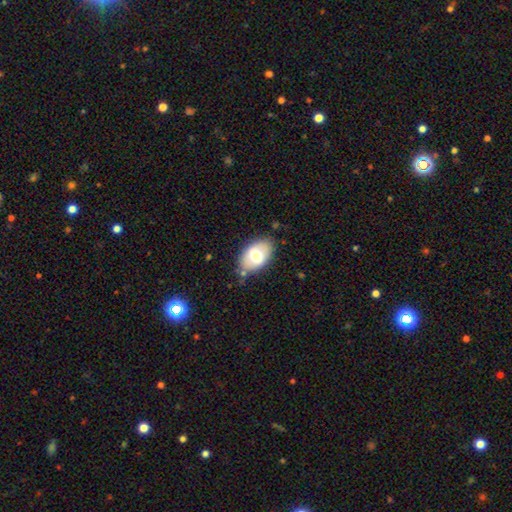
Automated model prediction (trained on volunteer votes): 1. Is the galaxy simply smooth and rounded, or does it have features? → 66% smooth, 27% featured or disk, 7% star or artifact.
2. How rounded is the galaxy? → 90% in between, 9% round, 1% cigar-shaped.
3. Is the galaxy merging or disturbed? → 76% none, 17% minor disturbance, 4% major disturbance, 3% merger.